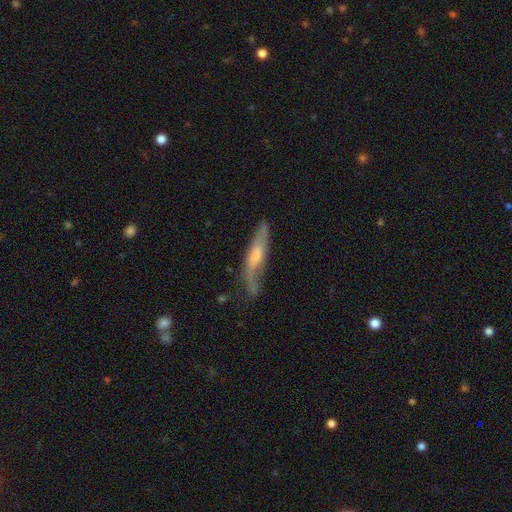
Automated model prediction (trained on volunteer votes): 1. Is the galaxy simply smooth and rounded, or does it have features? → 56% featured or disk, 39% smooth, 6% star or artifact.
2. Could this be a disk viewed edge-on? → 63% yes, 37% no.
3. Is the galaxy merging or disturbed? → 62% none, 27% minor disturbance, 9% major disturbance, 3% merger.